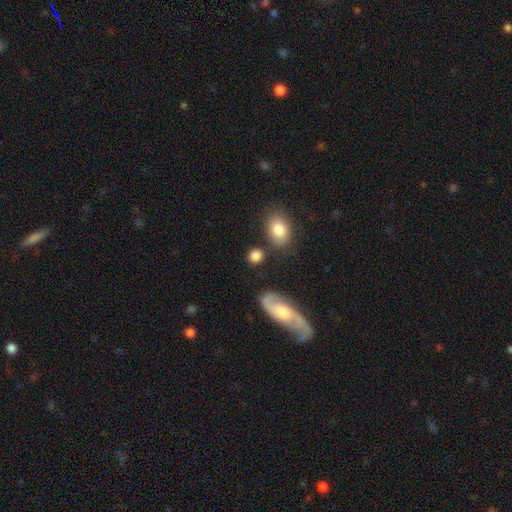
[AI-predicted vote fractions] Smooth or featured?
  - smooth: 82% *
  - featured or disk: 9%
  - star or artifact: 9%
How rounded?
  - round: 66% *
  - in between: 31%
  - cigar-shaped: 2%
Merging?
  - none: 76% *
  - minor disturbance: 11%
  - merger: 8%
  - major disturbance: 5%